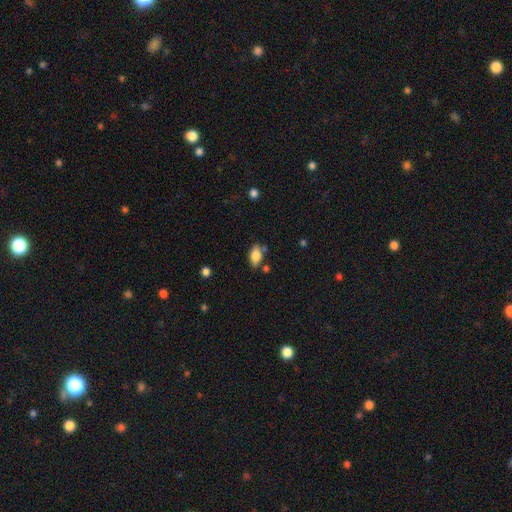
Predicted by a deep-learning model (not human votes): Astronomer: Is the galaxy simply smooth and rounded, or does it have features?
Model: smooth — 81%.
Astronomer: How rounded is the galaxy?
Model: in between — 90%.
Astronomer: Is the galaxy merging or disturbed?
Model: none — 72%.